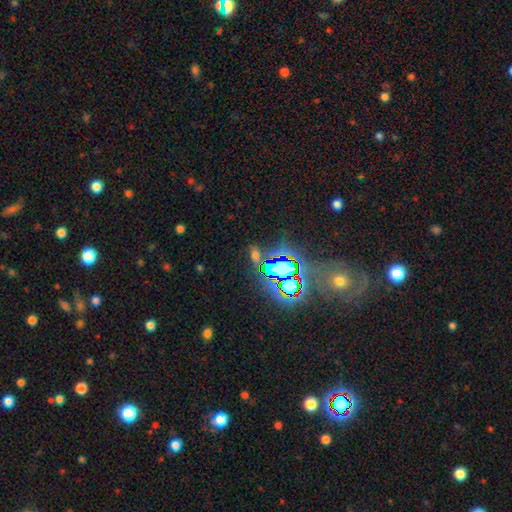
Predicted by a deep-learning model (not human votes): Smooth or featured? Predicted: star or artifact (p=0.52).